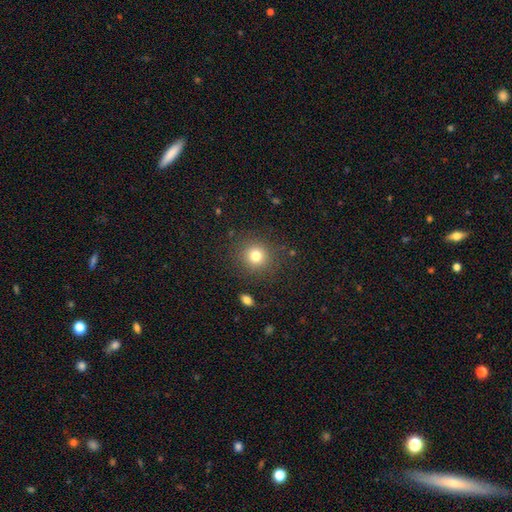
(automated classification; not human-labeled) This is likely a smooth galaxy (79%). How rounded: clearly round (91%). Merging: clearly none (87%).